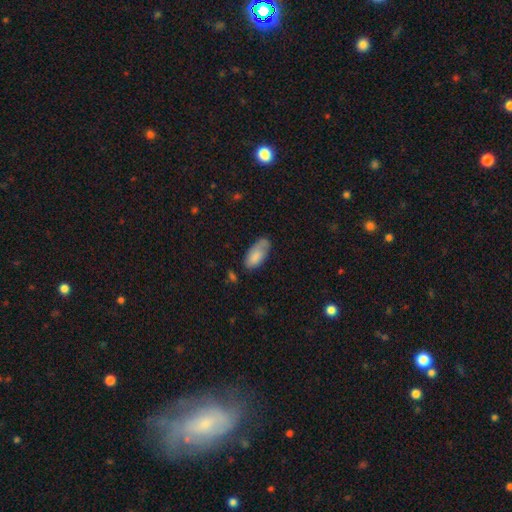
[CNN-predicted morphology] Smooth or featured?
  - smooth: 82% *
  - featured or disk: 12%
  - star or artifact: 7%
How rounded?
  - in between: 91% *
  - cigar-shaped: 7%
  - round: 2%
Merging?
  - none: 56% *
  - minor disturbance: 31%
  - major disturbance: 9%
  - merger: 4%